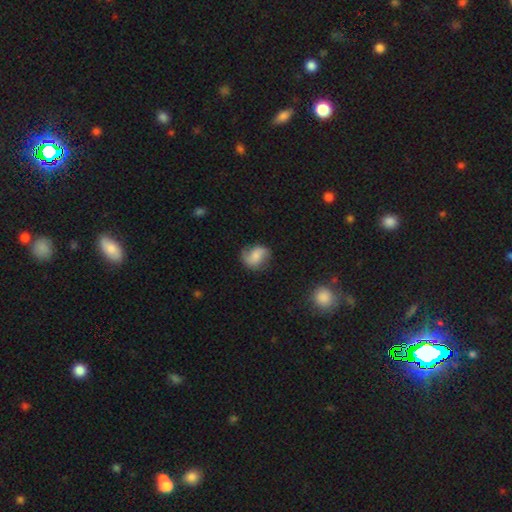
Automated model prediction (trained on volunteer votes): A featured or disk galaxy (46%). Merging: none (65%).